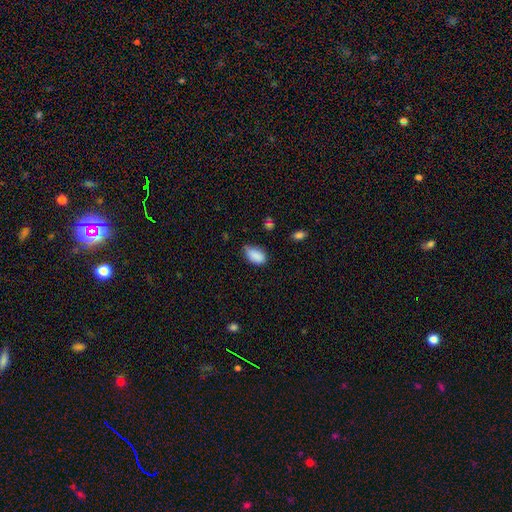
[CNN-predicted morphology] smooth_or_featured: smooth (p=0.87) [alt: star or artifact p=0.08]
how_rounded: in between (p=0.91) [alt: round p=0.06]
merging: none (p=0.56) [alt: minor disturbance p=0.35]